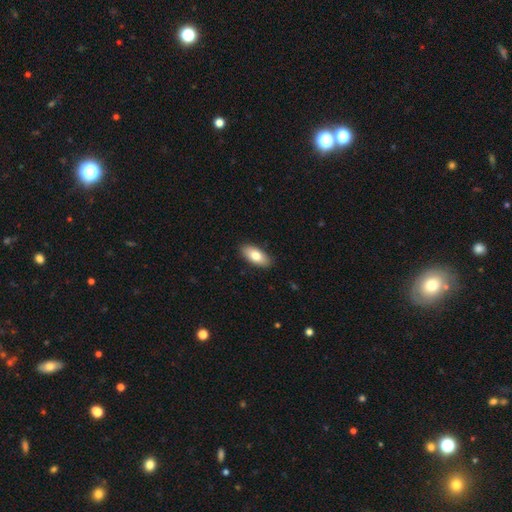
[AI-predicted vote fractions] A smooth galaxy with no disk features (78%) that is in between round and cigar-shaped (88%).

Vote fractions:
- Smooth or featured? smooth: 78% / featured or disk: 16% / star or artifact: 6%
- How rounded? in between: 88% / cigar-shaped: 9% / round: 3%
- Merging? none: 89% / minor disturbance: 8% / major disturbance: 2% / merger: 1%